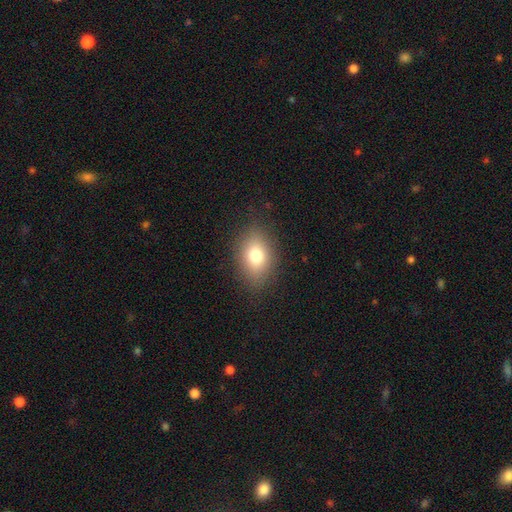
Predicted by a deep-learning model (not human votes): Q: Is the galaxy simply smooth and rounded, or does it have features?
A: smooth — 76%.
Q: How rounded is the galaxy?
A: in between — 76%.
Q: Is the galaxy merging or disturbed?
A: none — 84%.